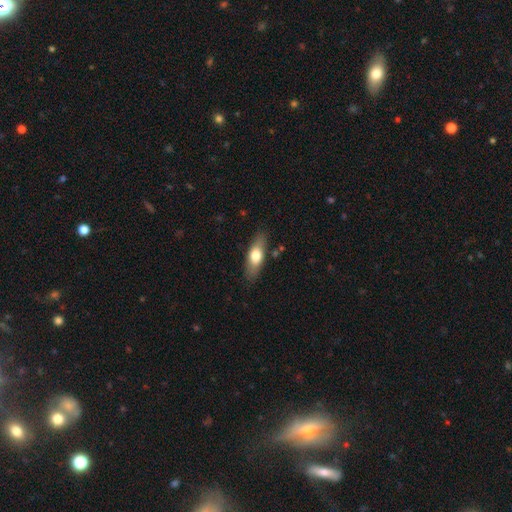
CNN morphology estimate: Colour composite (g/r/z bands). It shows a smooth galaxy with no disk features (65%) that is in between round and cigar-shaped (67%). Merging: none (83%).